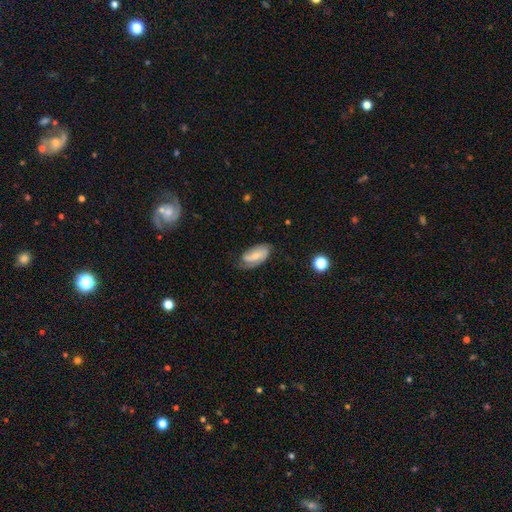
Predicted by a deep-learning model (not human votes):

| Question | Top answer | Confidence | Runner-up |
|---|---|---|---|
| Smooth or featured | smooth | 47% | featured or disk (46%) |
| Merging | none | 59% | minor disturbance (28%) |